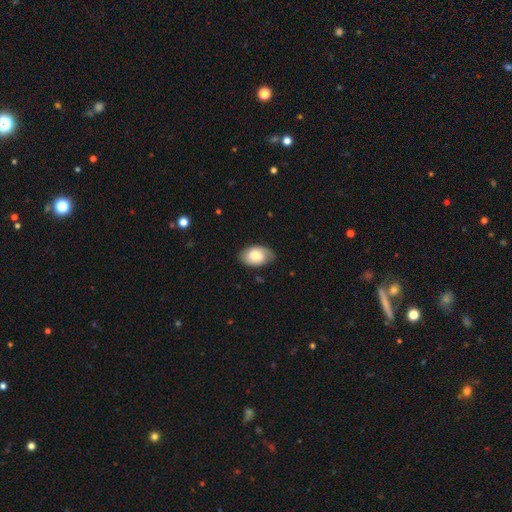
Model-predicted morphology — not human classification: type=smooth (63%); roundness=in between (86%); merging=none (70%).